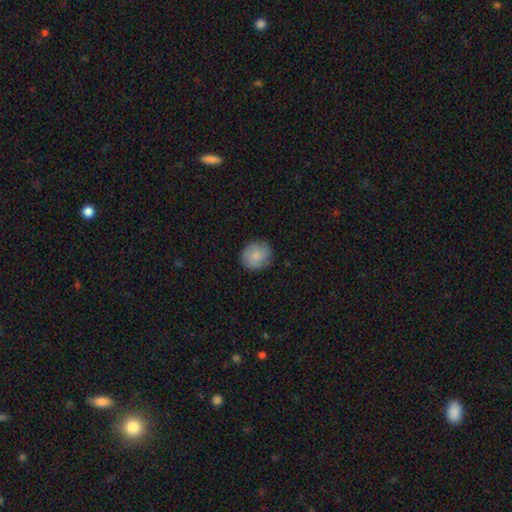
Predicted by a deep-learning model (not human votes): Q: Smooth or featured?
A: smooth (80%); runner-up: featured or disk (14%)
Q: How rounded?
A: round (81%); runner-up: in between (18%)
Q: Merging?
A: none (84%); runner-up: minor disturbance (12%)